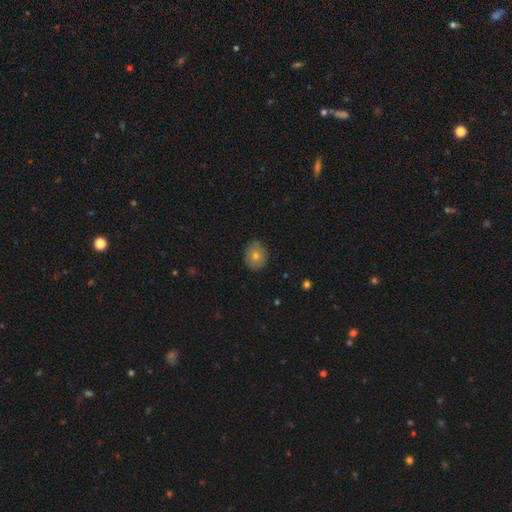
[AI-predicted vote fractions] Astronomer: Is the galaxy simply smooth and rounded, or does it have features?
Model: smooth — 72%.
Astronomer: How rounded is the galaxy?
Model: round — 69%.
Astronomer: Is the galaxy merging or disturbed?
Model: none — 84%.